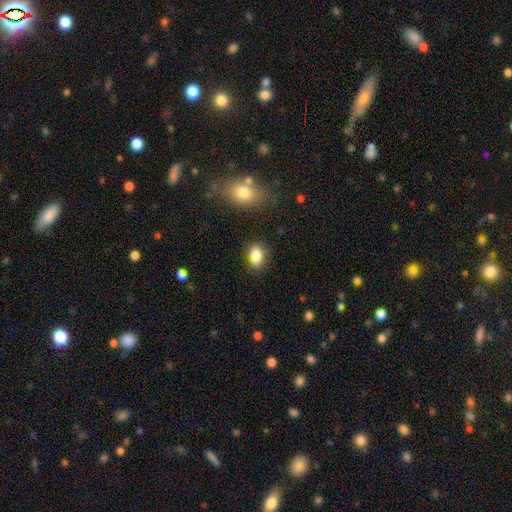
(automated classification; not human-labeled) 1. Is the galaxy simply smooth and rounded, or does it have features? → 83% smooth, 9% star or artifact, 7% featured or disk.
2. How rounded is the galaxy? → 75% in between, 23% round, 2% cigar-shaped.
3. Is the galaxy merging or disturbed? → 75% none, 17% minor disturbance, 4% merger, 4% major disturbance.